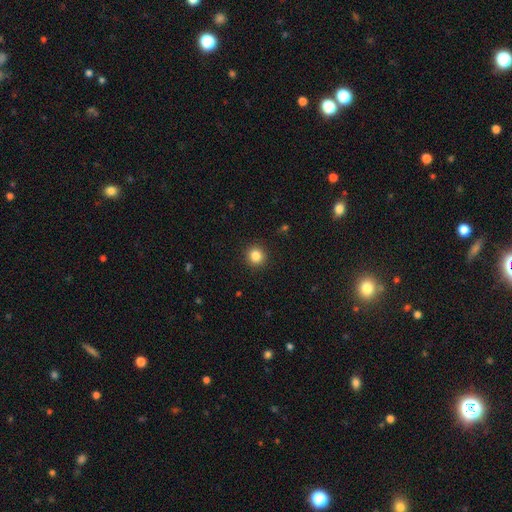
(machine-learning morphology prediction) Overall: smooth (84%). How rounded: round (92%). Merging: none (92%).